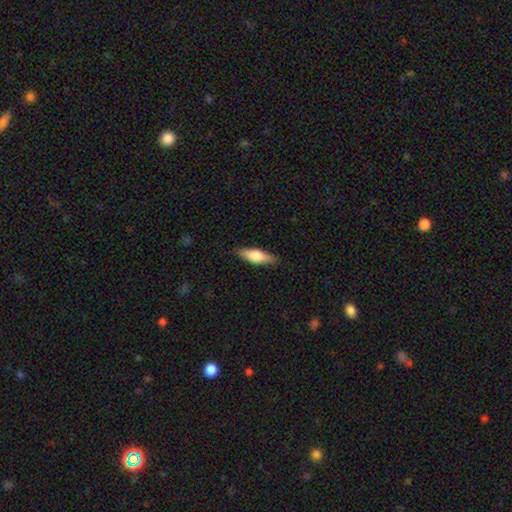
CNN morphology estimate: smooth-or-featured: smooth: 58% | featured or disk: 36% | star or artifact: 6%
  how-rounded: in between: 52% | cigar-shaped: 45% | round: 3%
  merging: none: 87% | minor disturbance: 10% | major disturbance: 2% | merger: 1%